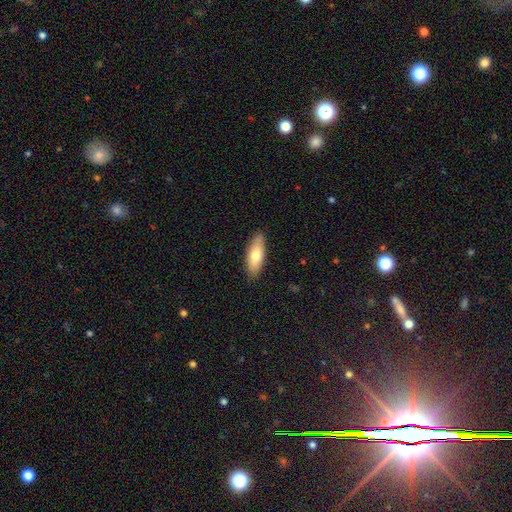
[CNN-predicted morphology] The model was most divided on "how rounded": in between: 64%, cigar-shaped: 34%, round: 2%. More confident: merging — none (88%); smooth or featured — smooth (74%).